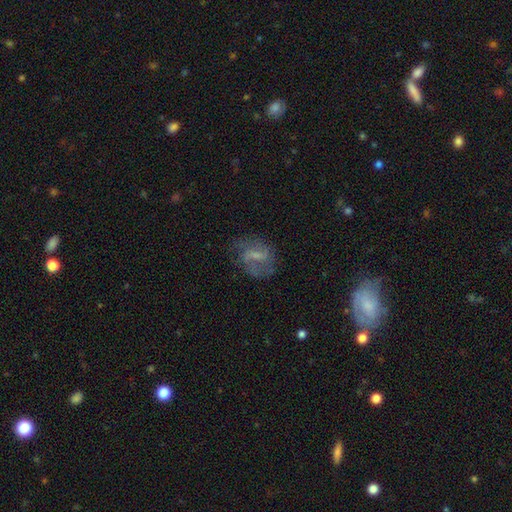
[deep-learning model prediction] Smooth or featured: featured or disk — 63% (smooth — 27%)
Edge-on disk: no — 96% (yes — 4%)
Bar: weak — 53% (no — 24%)
Spiral arms: yes — 79% (no — 21%)
Bulge size: small — 44% (none — 27%)
Merging: none — 59% (minor disturbance — 22%)